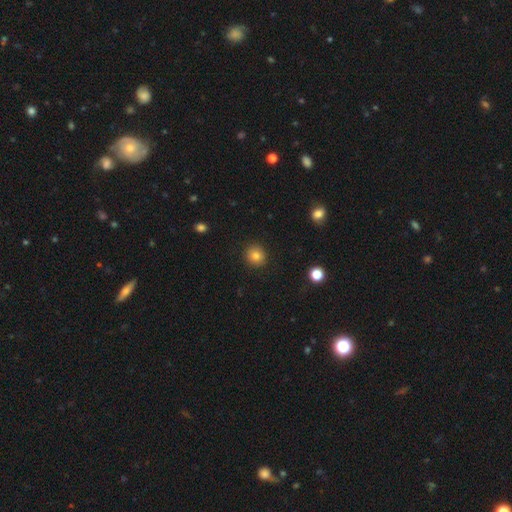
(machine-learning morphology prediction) Overall: smooth (82%). How rounded: round (89%). Merging: none (91%).